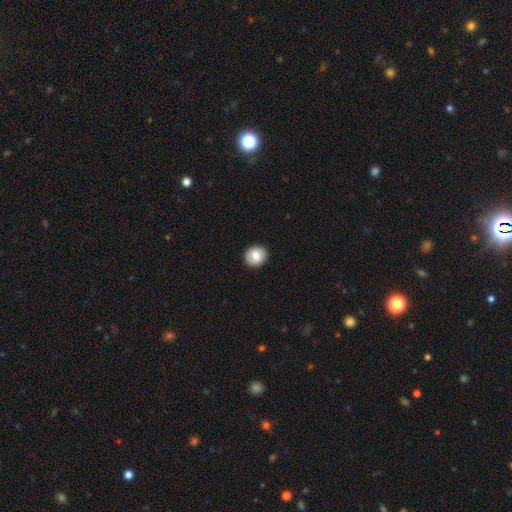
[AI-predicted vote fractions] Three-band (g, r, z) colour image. It shows a smooth galaxy with no disk features (80%) that is round (81%). Merging: none (91%).